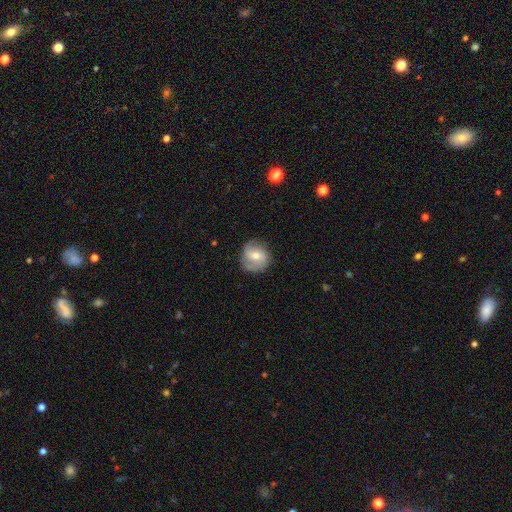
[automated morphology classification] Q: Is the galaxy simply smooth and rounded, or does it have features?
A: featured or disk — 60%.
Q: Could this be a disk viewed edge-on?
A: no — 97%.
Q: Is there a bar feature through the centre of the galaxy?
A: no — 45%.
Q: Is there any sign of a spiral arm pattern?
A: yes — 86%.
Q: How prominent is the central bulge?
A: moderate — 57%.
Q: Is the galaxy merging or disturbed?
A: none — 77%.